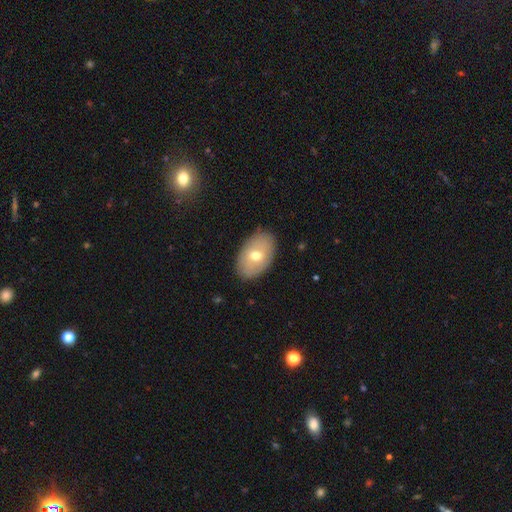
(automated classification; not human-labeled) This appears to be a smooth galaxy with no disk features (59%) that is in between round and cigar-shaped (89%). Merging: none (85%).